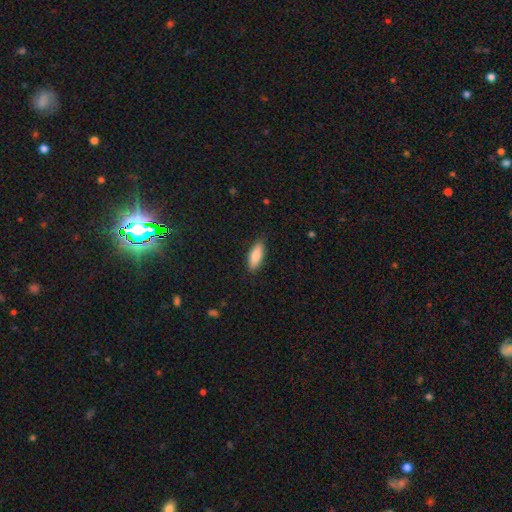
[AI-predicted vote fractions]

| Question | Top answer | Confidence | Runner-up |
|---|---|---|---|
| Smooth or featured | smooth | 86% | featured or disk (8%) |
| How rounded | in between | 70% | cigar-shaped (29%) |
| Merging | none | 85% | minor disturbance (11%) |